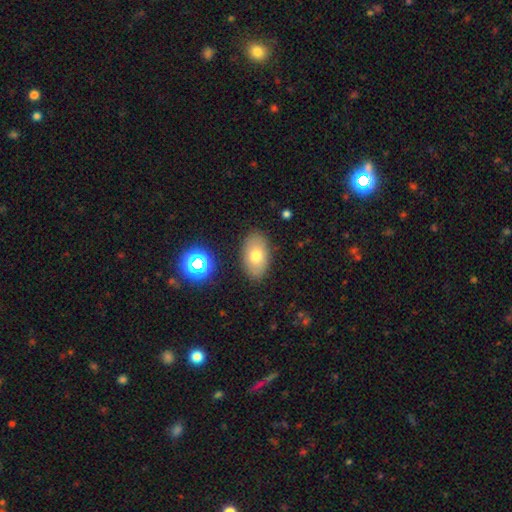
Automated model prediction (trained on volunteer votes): Morphology: type=smooth (70%); roundness=in between (91%); merging=none (86%).